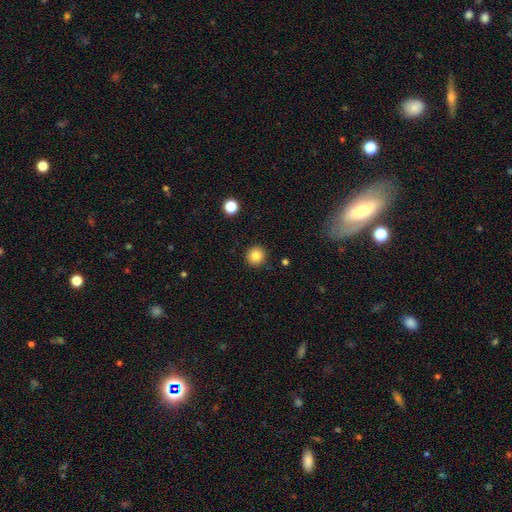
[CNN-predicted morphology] A smooth galaxy with no disk features (84%) that is round (92%).

Vote fractions:
- Smooth or featured? smooth: 84% / star or artifact: 10% / featured or disk: 6%
- How rounded? round: 92% / in between: 7% / cigar-shaped: 1%
- Merging? none: 91% / minor disturbance: 6% / major disturbance: 2% / merger: 1%